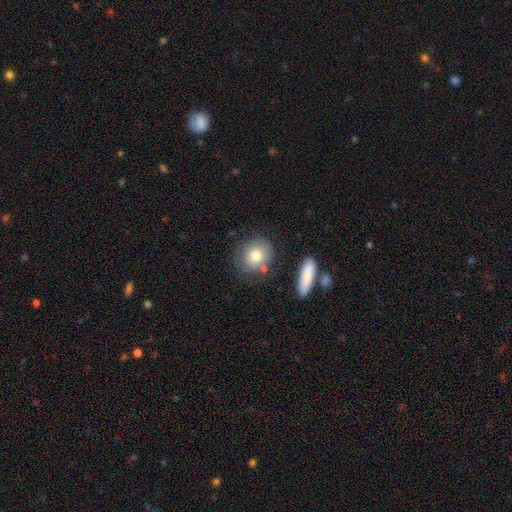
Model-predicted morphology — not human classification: Smooth or featured? Predicted: smooth (p=0.81). How rounded? Predicted: round (p=0.75). Merging? Predicted: none (p=0.73).